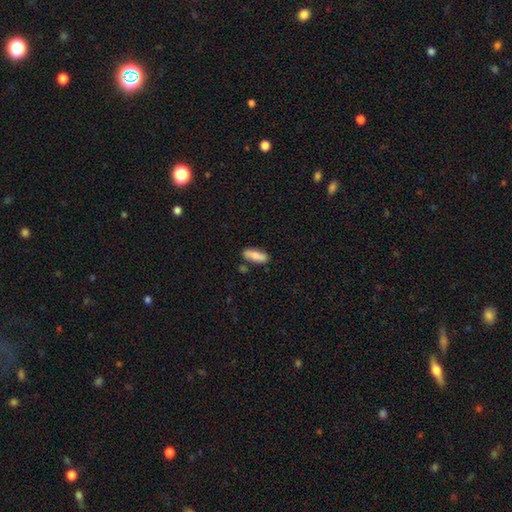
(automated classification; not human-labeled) The model was most divided on "how rounded": in between: 71%, cigar-shaped: 27%, round: 3%. More confident: merging — none (80%); smooth or featured — smooth (77%).